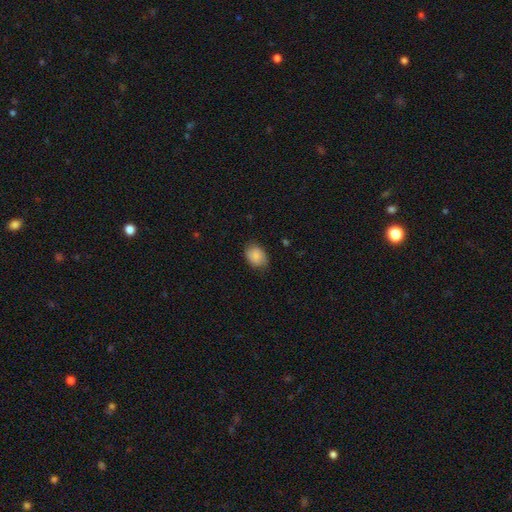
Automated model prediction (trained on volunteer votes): A smooth galaxy with no disk features (87%) that is in between round and cigar-shaped (70%).

Vote fractions:
- Smooth or featured? smooth: 87% / star or artifact: 7% / featured or disk: 6%
- How rounded? in between: 70% / round: 29% / cigar-shaped: 1%
- Merging? none: 77% / minor disturbance: 18% / major disturbance: 4% / merger: 1%